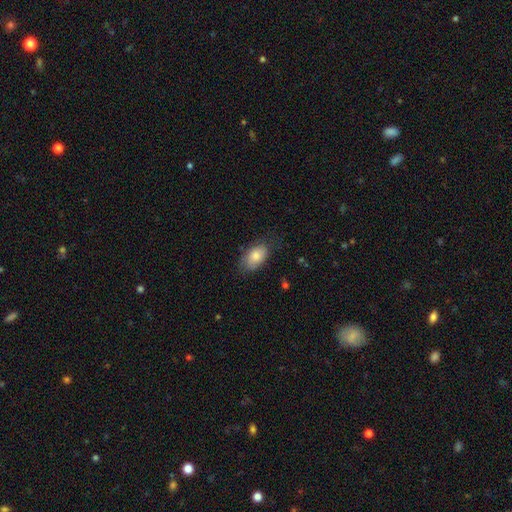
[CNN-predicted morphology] This is clearly a smooth galaxy (81%). How rounded: clearly in between (91%). Merging: likely none (70%).